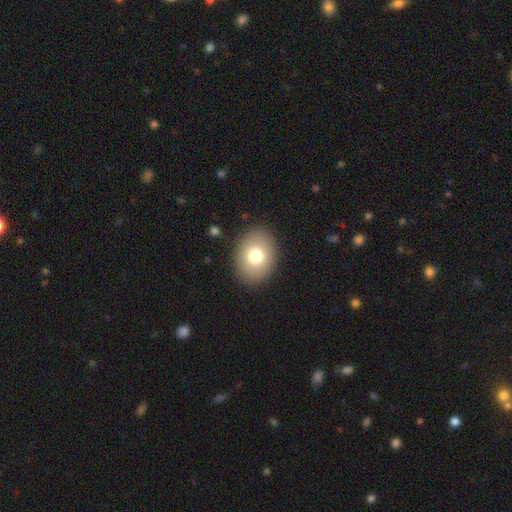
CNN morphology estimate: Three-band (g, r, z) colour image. It shows a smooth galaxy with no disk features (76%) that is in between round and cigar-shaped (61%). Merging: none (89%).